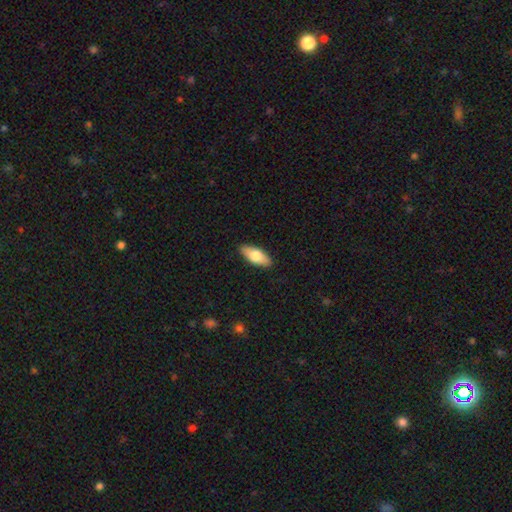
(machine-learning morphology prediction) The model was most divided on "smooth or featured": smooth: 70%, featured or disk: 24%, star or artifact: 6%. More confident: merging — none (89%); how rounded — in between (78%).